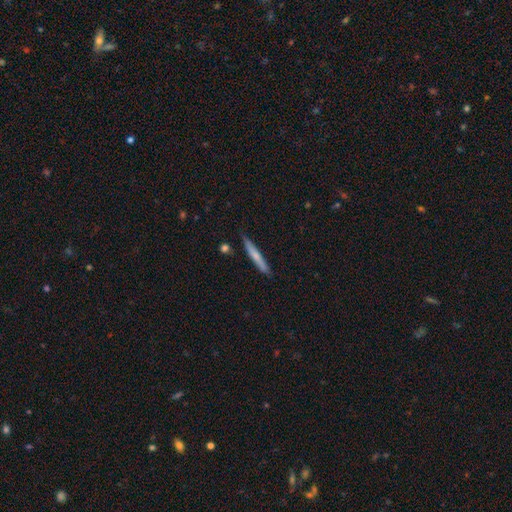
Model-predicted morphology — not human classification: Overall: smooth (61%; featured or disk 33%). How rounded: cigar-shaped (95%). Merging: none (82%).